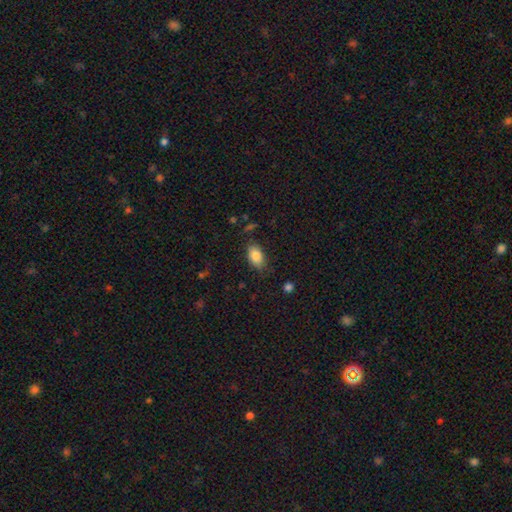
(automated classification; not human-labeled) The model was most divided on "merging": none: 78%, minor disturbance: 17%, major disturbance: 4%, merger: 2%. More confident: how rounded — in between (91%); smooth or featured — smooth (84%).